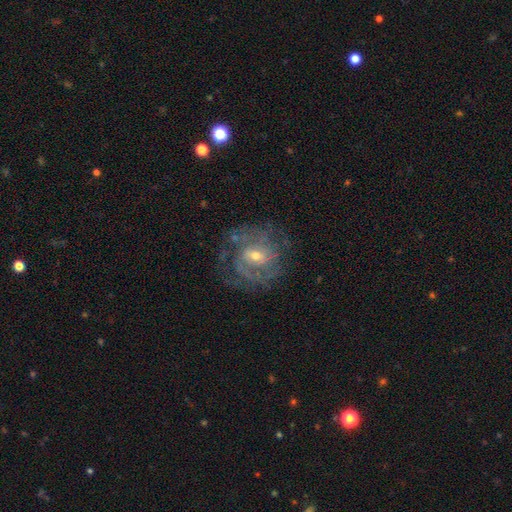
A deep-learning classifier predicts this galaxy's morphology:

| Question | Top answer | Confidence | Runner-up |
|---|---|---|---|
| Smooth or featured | featured or disk | 82% | smooth (11%) |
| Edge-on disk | no | 97% | yes (3%) |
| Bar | weak | 49% | no (38%) |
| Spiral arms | yes | 89% | no (11%) |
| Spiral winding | tight | 52% | medium (37%) |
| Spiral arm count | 2 | 36% | can't tell (34%) |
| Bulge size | small | 49% | moderate (47%) |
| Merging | none | 68% | minor disturbance (18%) |